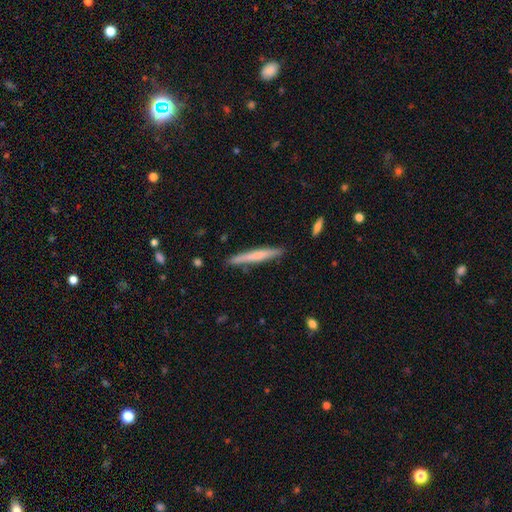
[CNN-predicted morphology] This is likely a smooth galaxy (60%). How rounded: clearly cigar-shaped (96%). Merging: clearly none (88%).